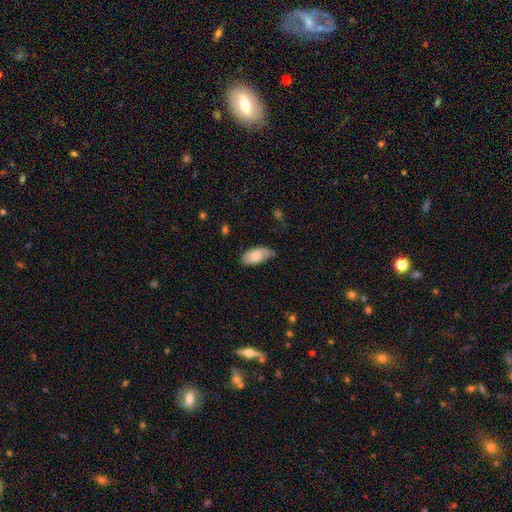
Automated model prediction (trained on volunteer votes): Overall: smooth (80%). How rounded: in between (93%). Merging: none (59%; minor disturbance 34%).